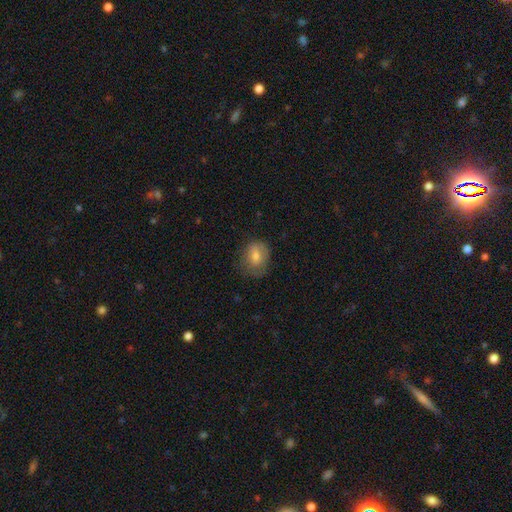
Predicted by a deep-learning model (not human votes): This is likely a smooth galaxy (68%). How rounded: possibly in between (53%). Merging: likely none (63%).